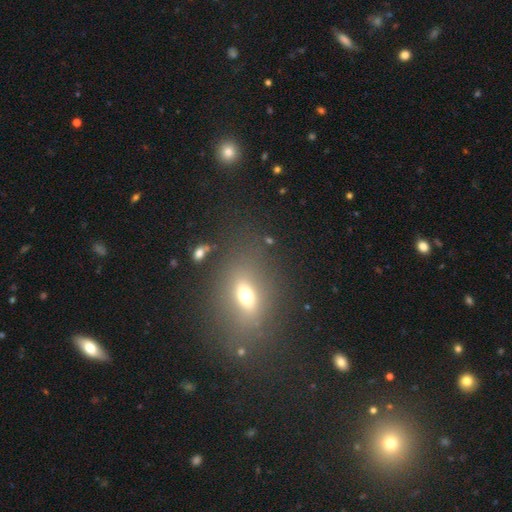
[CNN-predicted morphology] Overall: smooth (53%; star or artifact 29%). How rounded: in between (71%). Merging: none (80%).